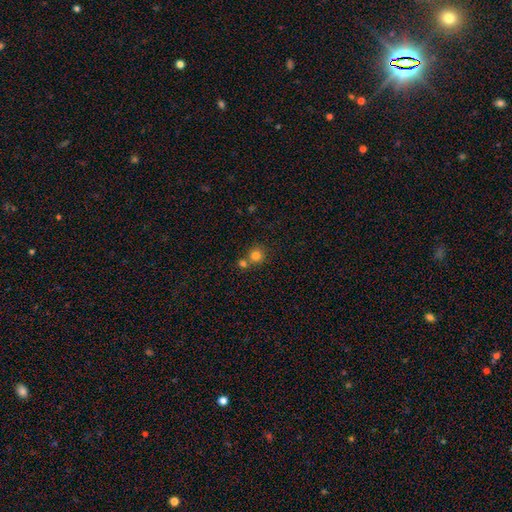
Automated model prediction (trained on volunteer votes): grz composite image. It shows a smooth galaxy with no disk features (80%) that is round (90%). Merging: none (58%).